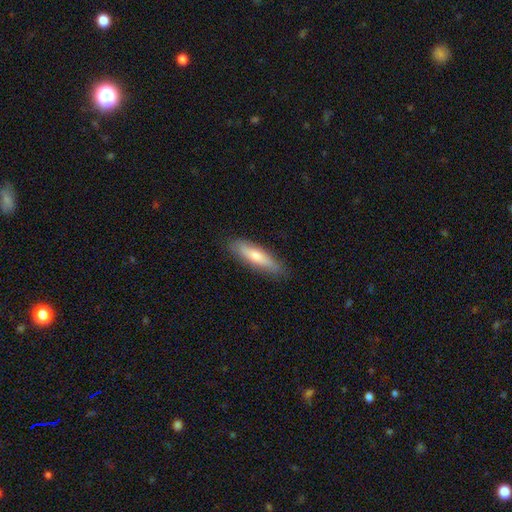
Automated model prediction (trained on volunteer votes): smooth-or-featured: smooth: 60% | featured or disk: 32% | star or artifact: 8%
  how-rounded: cigar-shaped: 77% | in between: 21% | round: 2%
  merging: none: 88% | minor disturbance: 10% | major disturbance: 2% | merger: 1%